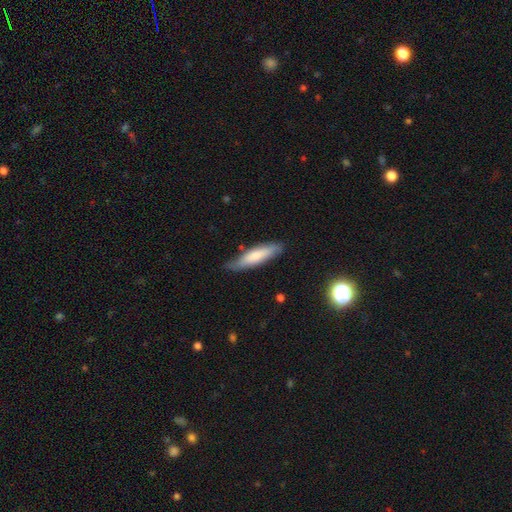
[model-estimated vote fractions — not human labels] A smooth galaxy with no disk features (71%) that is cigar-shaped (77%).

Vote fractions:
- Smooth or featured? smooth: 71% / featured or disk: 23% / star or artifact: 5%
- How rounded? cigar-shaped: 77% / in between: 22% / round: 1%
- Merging? none: 76% / minor disturbance: 19% / major disturbance: 3% / merger: 2%